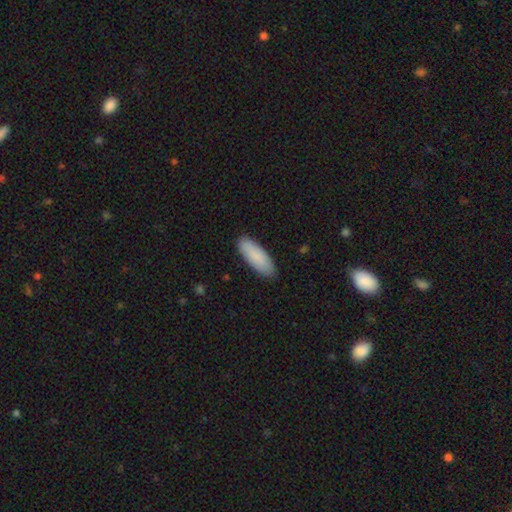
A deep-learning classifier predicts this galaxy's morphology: type=smooth (89%); roundness=in between (69%); merging=none (87%).